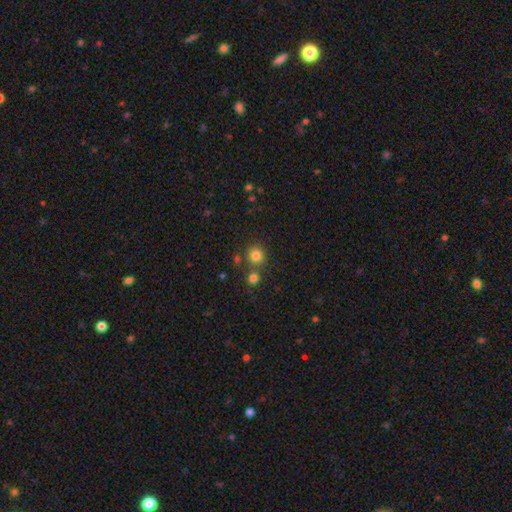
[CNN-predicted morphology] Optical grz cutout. It shows a smooth galaxy with no disk features (81%) that is round (90%). Merging: none (71%).